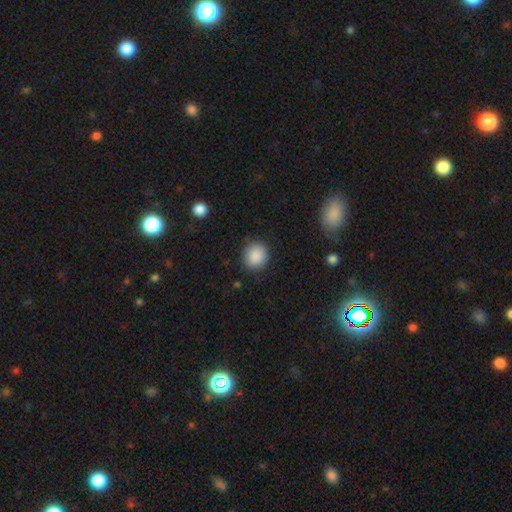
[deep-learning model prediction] Smooth or featured? Predicted: smooth (p=0.88). How rounded? Predicted: round (p=0.84). Merging? Predicted: none (p=0.87).